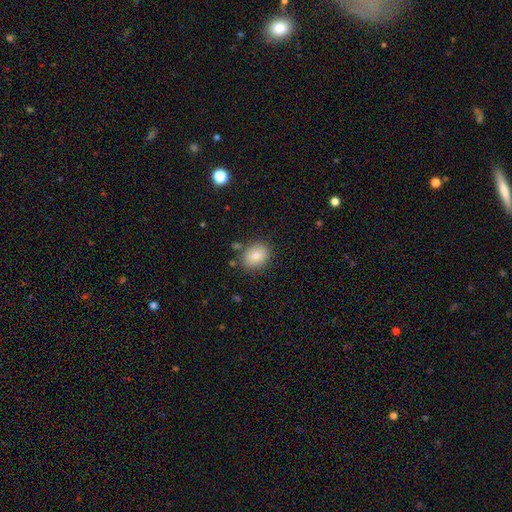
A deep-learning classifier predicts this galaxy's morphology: A smooth galaxy with no disk features (82%) that is in between round and cigar-shaped (57%). Merging: none (81%).